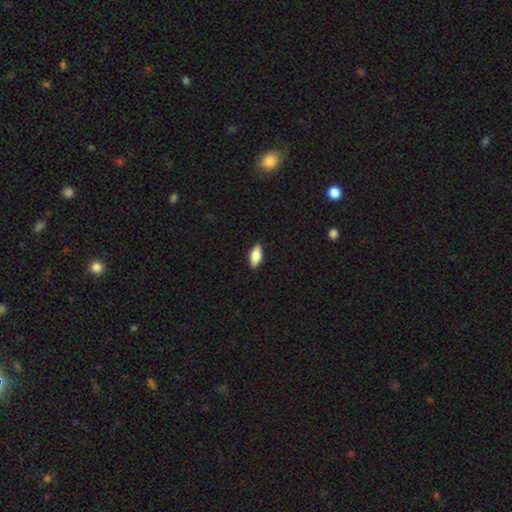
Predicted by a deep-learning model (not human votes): This appears to be a smooth galaxy with no disk features (83%) that is in between round and cigar-shaped (88%). Merging: none (90%).